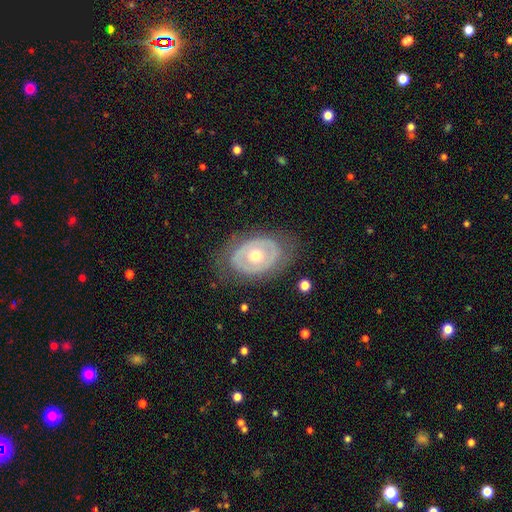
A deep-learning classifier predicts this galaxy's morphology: A featured or disk galaxy (61%) with no bar (88%), no spiral arms (84%) and a moderate central bulge (72%). Merging: none (75%).